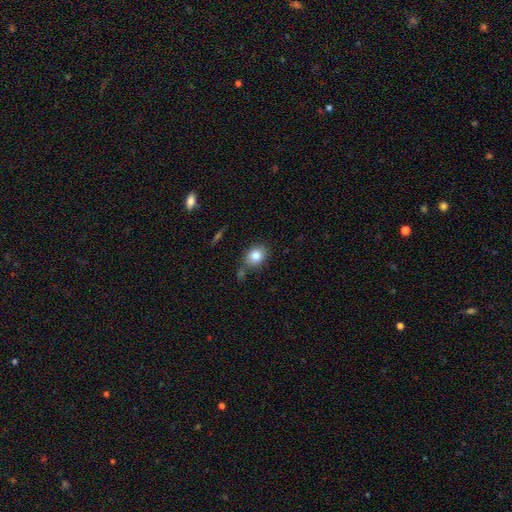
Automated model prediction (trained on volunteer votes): Smooth or featured? smooth (83%)
How rounded? round (50%)
Merging? none (71%)